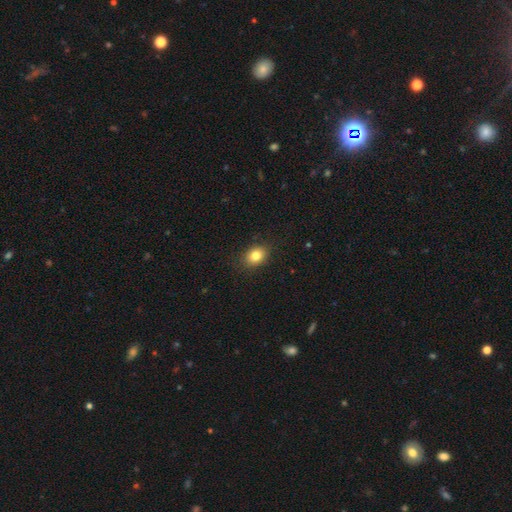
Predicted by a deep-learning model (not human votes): Smooth or featured? Predicted: smooth (p=0.82). How rounded? Predicted: in between (p=0.61). Merging? Predicted: none (p=0.86).